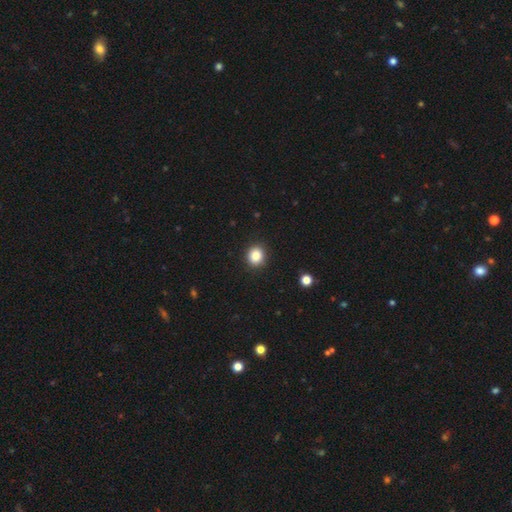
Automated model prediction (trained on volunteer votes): Q: Smooth or featured?
A: smooth (85%); runner-up: star or artifact (10%)
Q: How rounded?
A: round (80%); runner-up: in between (19%)
Q: Merging?
A: none (91%); runner-up: minor disturbance (6%)